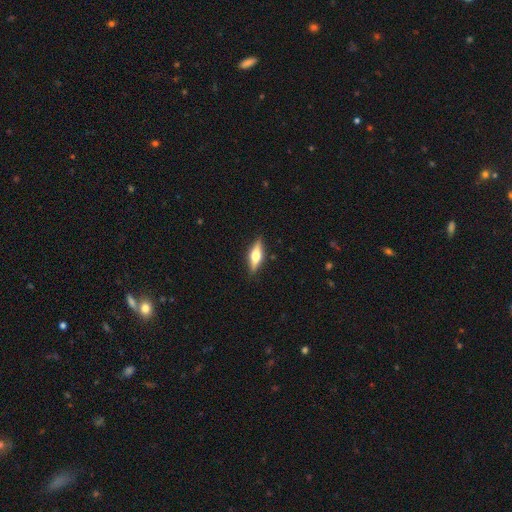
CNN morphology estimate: Overall: featured or disk (54%; smooth 40%). Edge-on disk: yes (94%). Edge-on bulge: rounded (93%). Merging: none (88%).